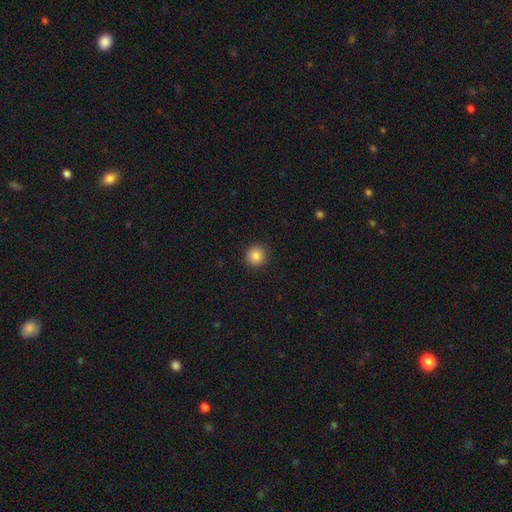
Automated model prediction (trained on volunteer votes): A smooth galaxy with no disk features (85%) that is round (93%).

Vote fractions:
- Smooth or featured? smooth: 85% / star or artifact: 10% / featured or disk: 6%
- How rounded? round: 93% / in between: 6% / cigar-shaped: 1%
- Merging? none: 91% / minor disturbance: 6% / major disturbance: 2% / merger: 1%